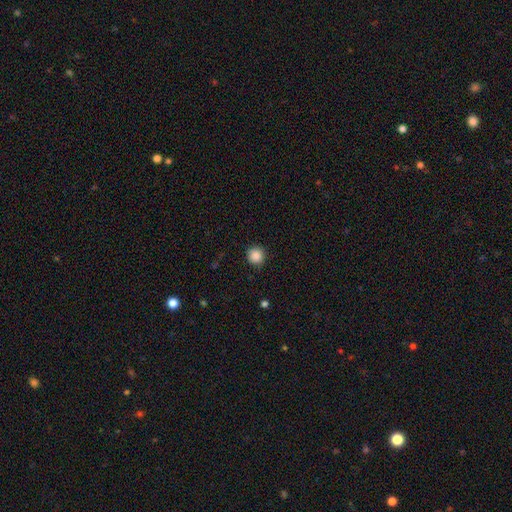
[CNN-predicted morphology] smooth 88%, star or artifact 9%, featured or disk 3%. Down the decision tree: how rounded — round (94%); merging — none (90%).